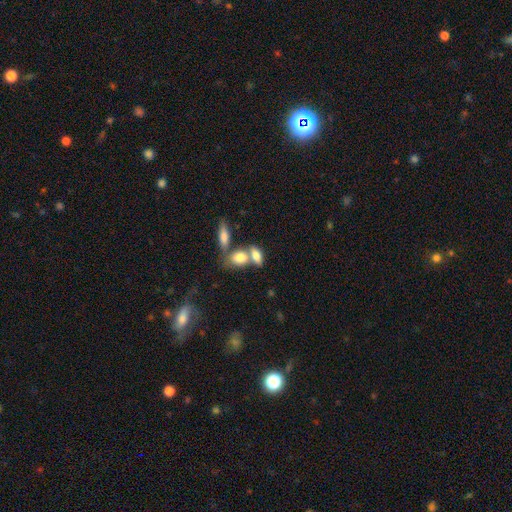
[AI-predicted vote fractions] smooth_or_featured: smooth (p=0.76) [alt: featured or disk p=0.16]
how_rounded: in between (p=0.79) [alt: round p=0.12]
merging: merger (p=0.48) [alt: none p=0.37]